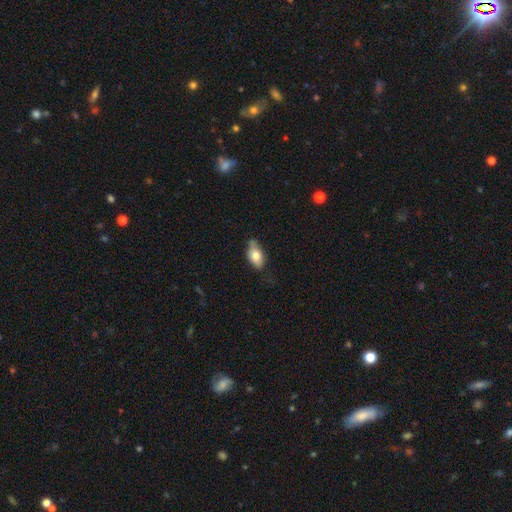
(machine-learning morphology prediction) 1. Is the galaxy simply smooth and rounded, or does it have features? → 72% smooth, 21% featured or disk, 7% star or artifact.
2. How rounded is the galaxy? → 89% in between, 7% round, 4% cigar-shaped.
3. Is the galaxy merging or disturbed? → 56% none, 33% minor disturbance, 7% major disturbance, 4% merger.